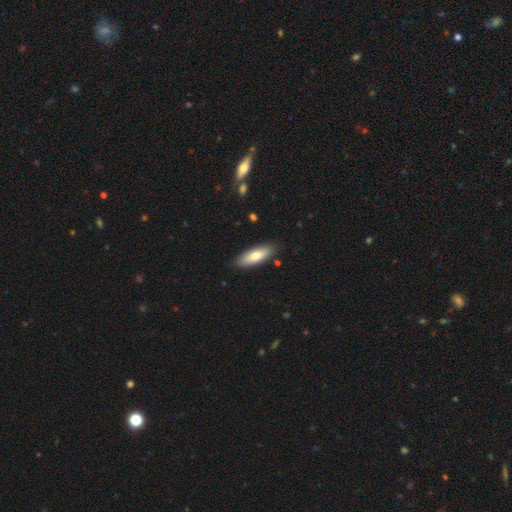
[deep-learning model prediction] This appears to be a smooth galaxy with no disk features (74%) that is in between round and cigar-shaped (60%). Merging: none (87%).